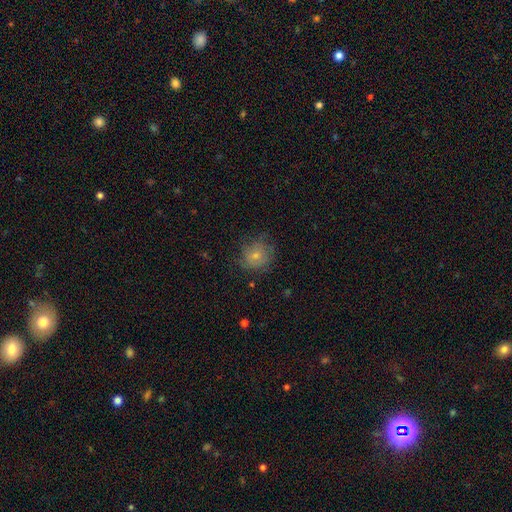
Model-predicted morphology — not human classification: The model was most divided on "merging": none: 63%, minor disturbance: 24%, major disturbance: 11%, merger: 1%. More confident: how rounded — round (77%); smooth or featured — smooth (65%).